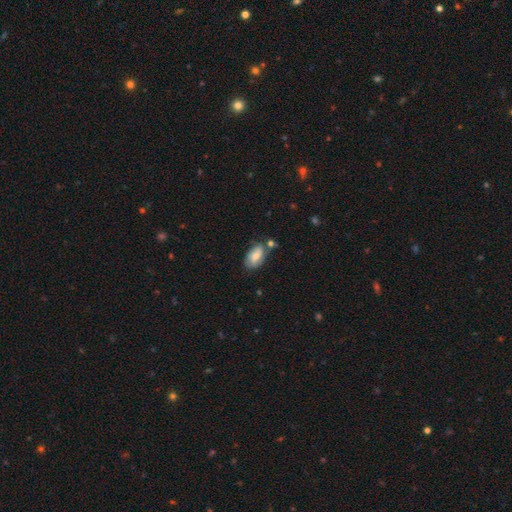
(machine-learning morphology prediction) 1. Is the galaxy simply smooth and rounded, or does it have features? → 55% smooth, 37% featured or disk, 8% star or artifact.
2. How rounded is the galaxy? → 92% in between, 5% round, 3% cigar-shaped.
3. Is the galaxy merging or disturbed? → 56% none, 24% minor disturbance, 13% merger, 7% major disturbance.